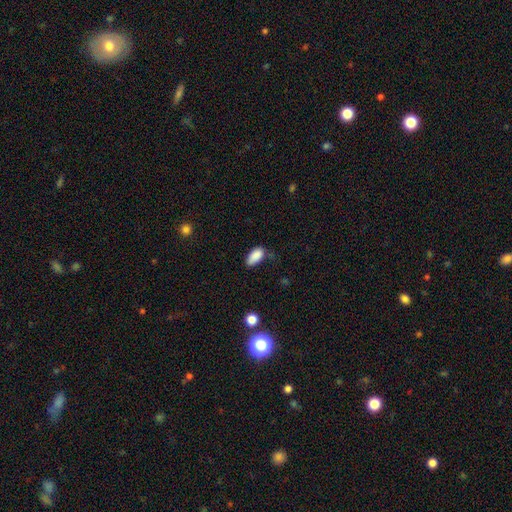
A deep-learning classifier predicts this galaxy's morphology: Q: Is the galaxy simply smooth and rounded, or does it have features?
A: smooth — 87%.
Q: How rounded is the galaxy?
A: in between — 91%.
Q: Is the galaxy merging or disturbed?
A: none — 58%.